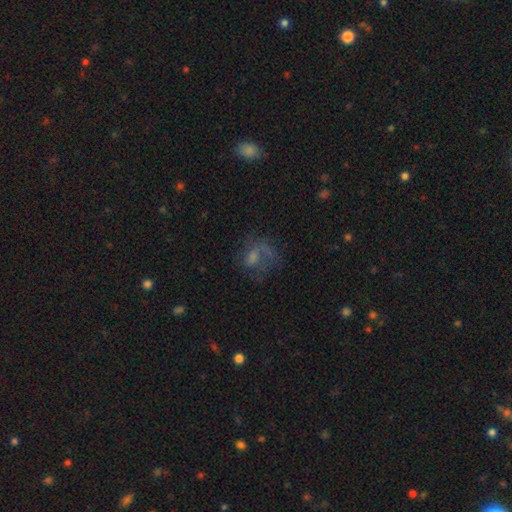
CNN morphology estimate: Overall: featured or disk (46%; smooth 36%). Merging: major disturbance (40%; none 38%).